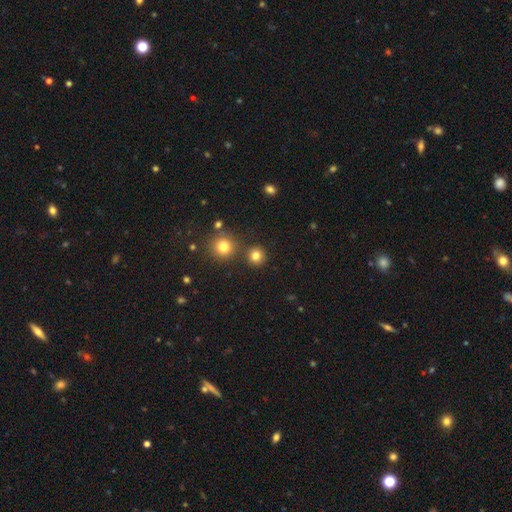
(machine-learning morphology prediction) Smooth or featured: smooth — 81% (star or artifact — 14%)
How rounded: round — 93% (in between — 6%)
Merging: none — 85% (merger — 7%)